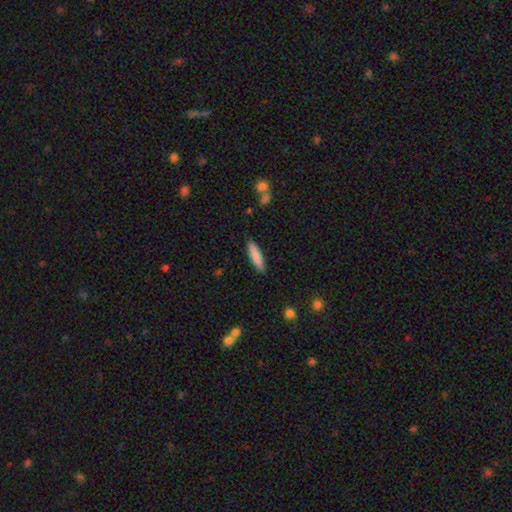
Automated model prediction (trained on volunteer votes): Morphology: type=smooth (85%); roundness=cigar-shaped (77%); merging=none (88%).